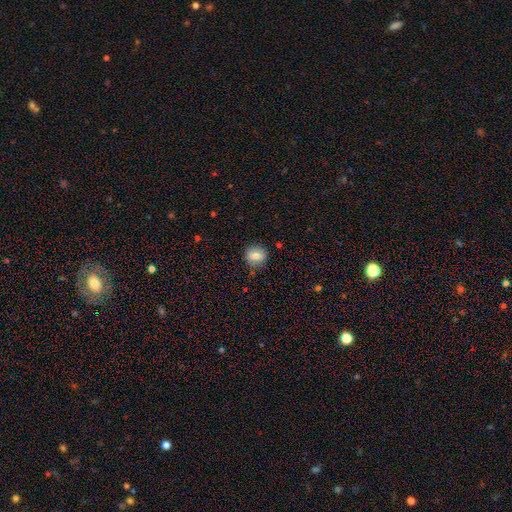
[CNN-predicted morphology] Smooth or featured?
  - smooth: 79% *
  - featured or disk: 11%
  - star or artifact: 10%
How rounded?
  - round: 86% *
  - in between: 13%
  - cigar-shaped: 1%
Merging?
  - none: 83% *
  - minor disturbance: 12%
  - major disturbance: 3%
  - merger: 2%